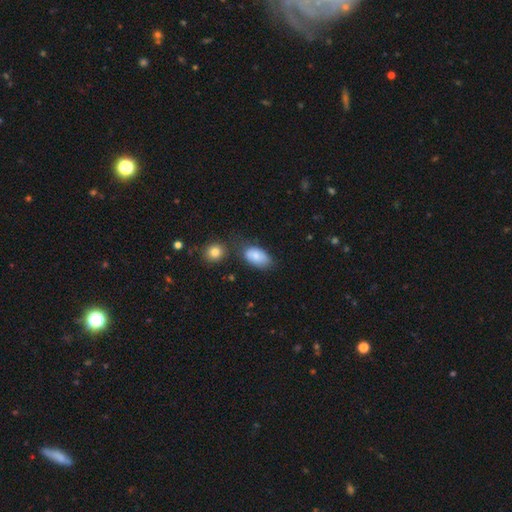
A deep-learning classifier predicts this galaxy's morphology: This is clearly a smooth galaxy (81%). How rounded: clearly in between (92%). Merging: possibly none (59%).